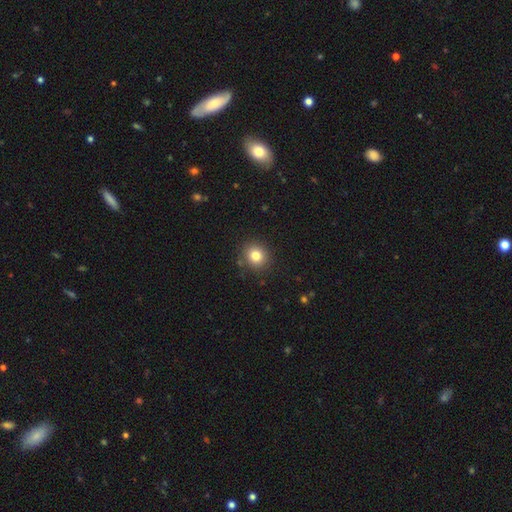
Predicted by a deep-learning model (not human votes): The model was most divided on "smooth or featured": smooth: 81%, star or artifact: 12%, featured or disk: 7%. More confident: merging — none (88%); how rounded — round (85%).